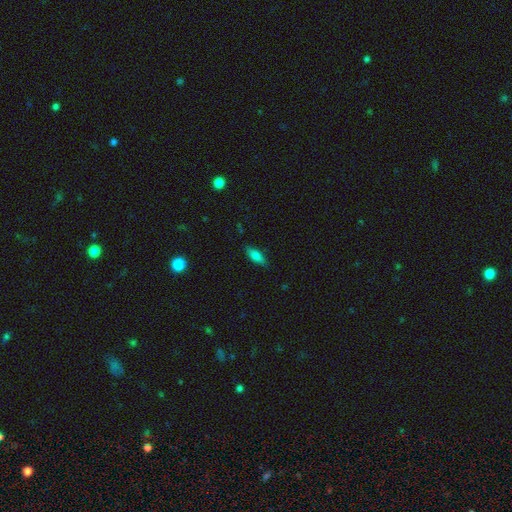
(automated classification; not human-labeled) A smooth galaxy with no disk features (72%) that is in between round and cigar-shaped (64%).

Vote fractions:
- Smooth or featured? smooth: 72% / featured or disk: 19% / star or artifact: 9%
- How rounded? in between: 64% / cigar-shaped: 34% / round: 3%
- Merging? none: 83% / minor disturbance: 13% / major disturbance: 3% / merger: 1%